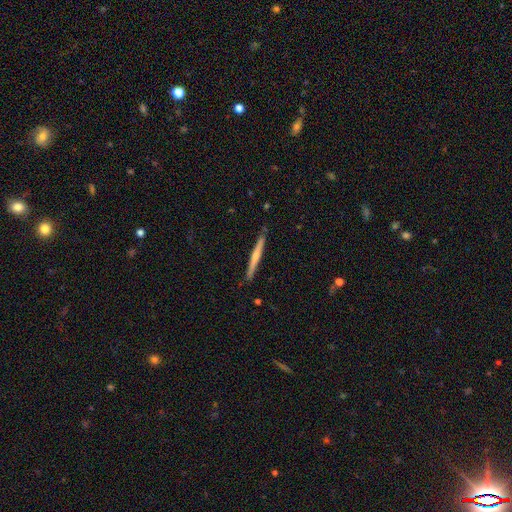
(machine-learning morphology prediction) featured or disk 52%, smooth 42%, star or artifact 5%. Down the decision tree: edge-on disk — yes (97%); edge-on bulge — rounded (53%); merging — none (89%).